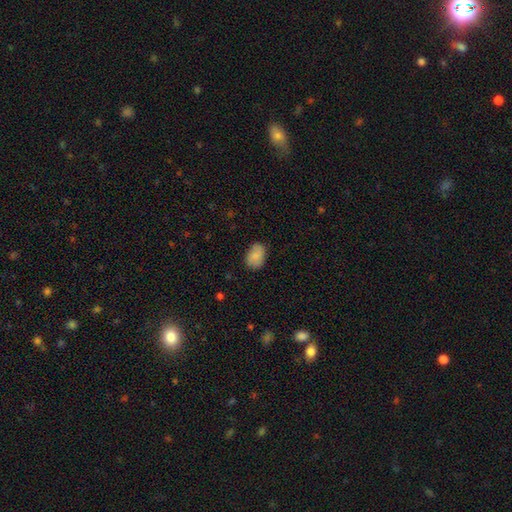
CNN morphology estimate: A smooth galaxy with no disk features (85%) that is in between round and cigar-shaped (79%).

Vote fractions:
- Smooth or featured? smooth: 85% / featured or disk: 8% / star or artifact: 8%
- How rounded? in between: 79% / round: 20% / cigar-shaped: 1%
- Merging? none: 76% / minor disturbance: 19% / major disturbance: 4% / merger: 1%